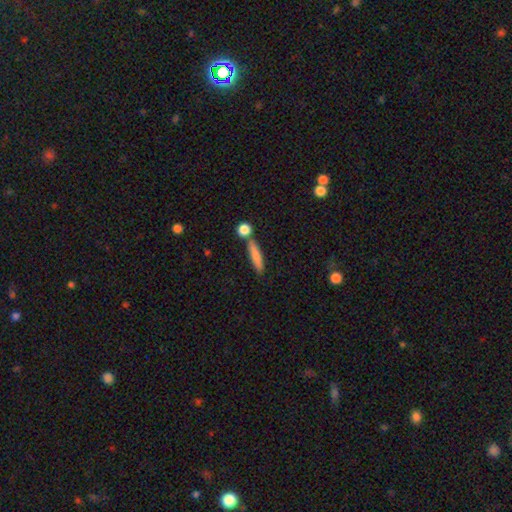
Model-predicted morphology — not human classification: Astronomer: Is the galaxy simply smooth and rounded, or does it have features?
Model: smooth — 79%.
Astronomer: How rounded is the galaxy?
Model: cigar-shaped — 81%.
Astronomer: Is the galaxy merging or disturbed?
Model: none — 72%.